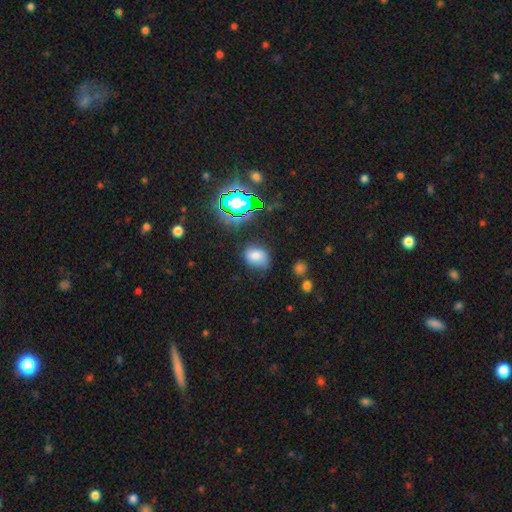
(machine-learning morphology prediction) This appears to be a smooth galaxy with no disk features (71%) that is in between round and cigar-shaped (62%). Merging: none (64%).